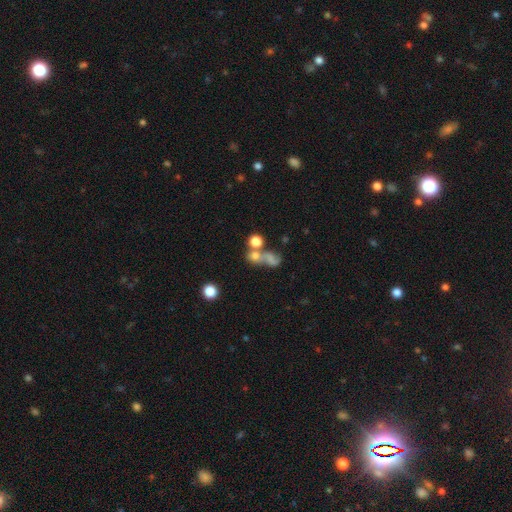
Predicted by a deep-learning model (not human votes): This appears to be a smooth galaxy with no disk features (65%) that is round (68%). Merging: merger (47%).